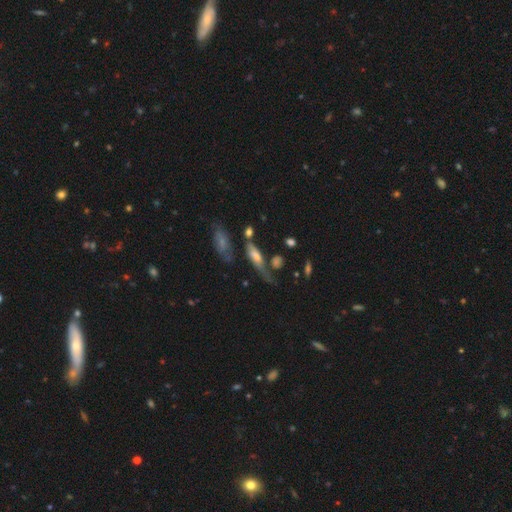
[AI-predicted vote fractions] A featured or disk galaxy (53%) viewed edge-on (56%). Merging: none (49%).